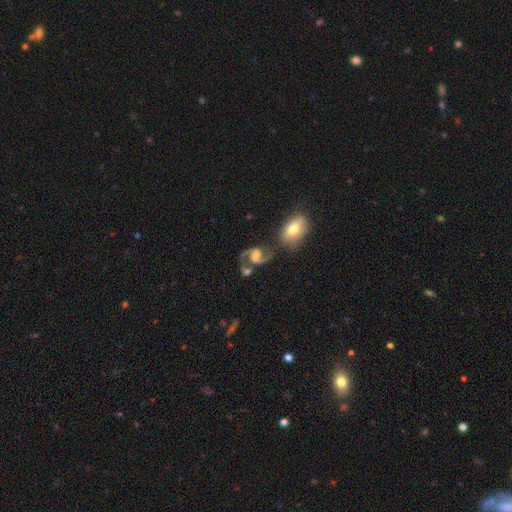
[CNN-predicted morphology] Smooth or featured?
  - featured or disk: 88% *
  - smooth: 7%
  - star or artifact: 5%
Edge-on disk?
  - no: 98% *
  - yes: 2%
Bar?
  - weak: 44% *
  - no: 41%
  - strong: 15%
Spiral arms?
  - yes: 97% *
  - no: 3%
Spiral winding?
  - medium: 47% *
  - loose: 45%
  - tight: 8%
Spiral arm count?
  - 2: 93% *
  - 1: 2%
  - can't tell: 2%
  - 3: 1%
  - 4: 1%
  - more than 4: 1%
Bulge size?
  - moderate: 41% *
  - small: 31%
  - none: 13%
  - large: 13%
  - dominant: 2%
Merging?
  - none: 57% *
  - merger: 19%
  - minor disturbance: 15%
  - major disturbance: 10%